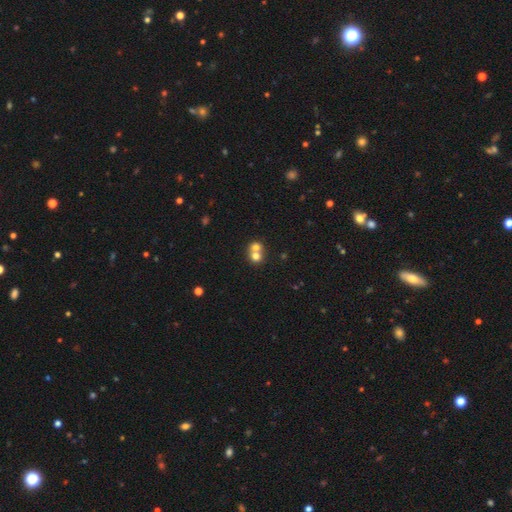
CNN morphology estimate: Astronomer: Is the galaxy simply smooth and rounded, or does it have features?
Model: smooth — 70%.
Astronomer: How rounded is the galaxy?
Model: round — 79%.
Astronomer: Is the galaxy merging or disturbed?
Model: merger — 64%.